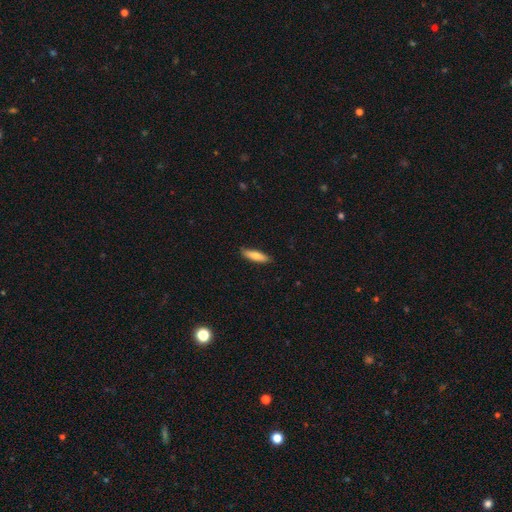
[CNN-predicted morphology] smooth 76%, featured or disk 18%, star or artifact 6%. Down the decision tree: how rounded — cigar-shaped (67%); merging — none (86%).